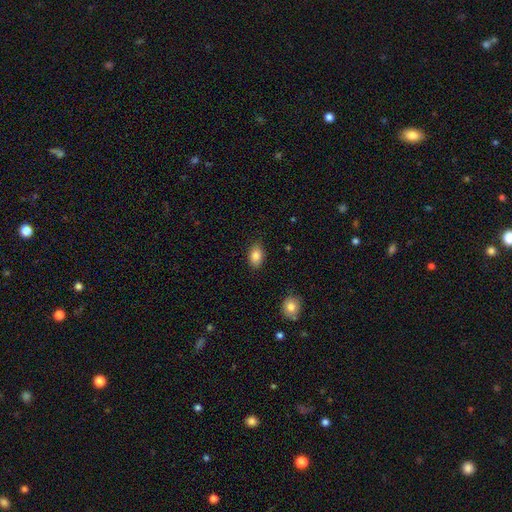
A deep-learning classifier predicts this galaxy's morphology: Smooth or featured?
  - smooth: 85% *
  - star or artifact: 8%
  - featured or disk: 7%
How rounded?
  - in between: 86% *
  - round: 13%
  - cigar-shaped: 1%
Merging?
  - none: 86% *
  - minor disturbance: 11%
  - major disturbance: 2%
  - merger: 1%